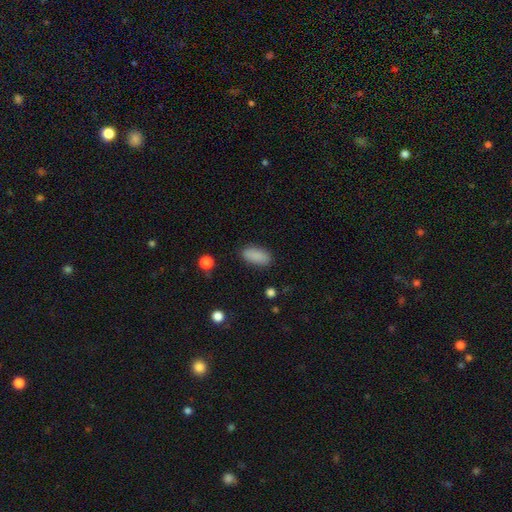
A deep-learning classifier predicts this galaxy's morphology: This is clearly a smooth galaxy (88%). How rounded: clearly in between (90%). Merging: clearly none (85%).